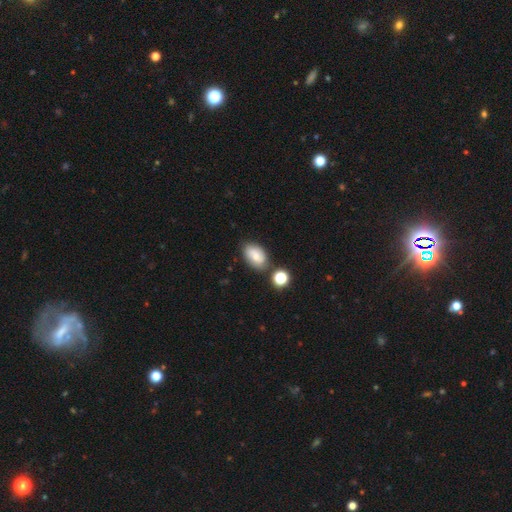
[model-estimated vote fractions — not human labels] Q: Smooth or featured?
A: smooth (67%); runner-up: featured or disk (23%)
Q: How rounded?
A: in between (88%); runner-up: round (10%)
Q: Merging?
A: none (70%); runner-up: minor disturbance (17%)